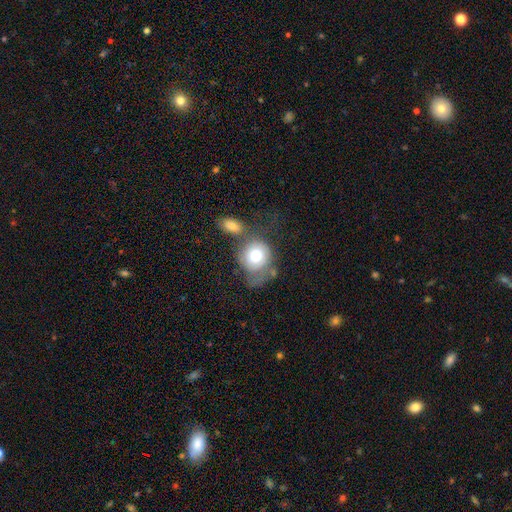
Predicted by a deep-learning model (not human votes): Smooth or featured? smooth (68%)
How rounded? round (79%)
Merging? none (31%)